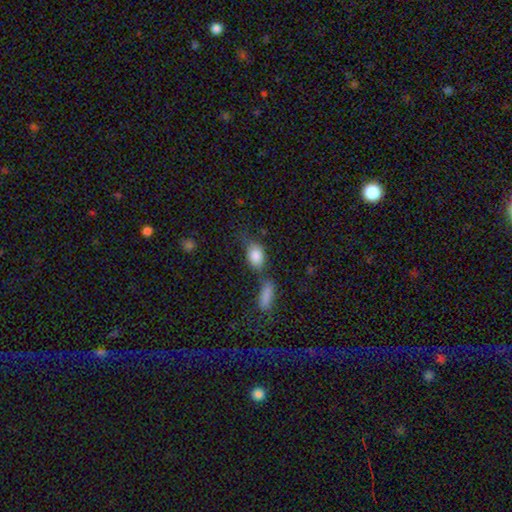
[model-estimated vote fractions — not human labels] Smooth or featured? smooth (82%)
How rounded? in between (77%)
Merging? none (41%)